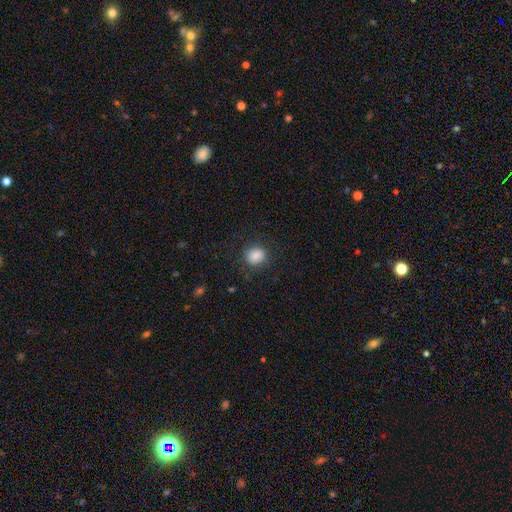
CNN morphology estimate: This appears to be a smooth galaxy with no disk features (87%) that is round (71%). Merging: none (84%).